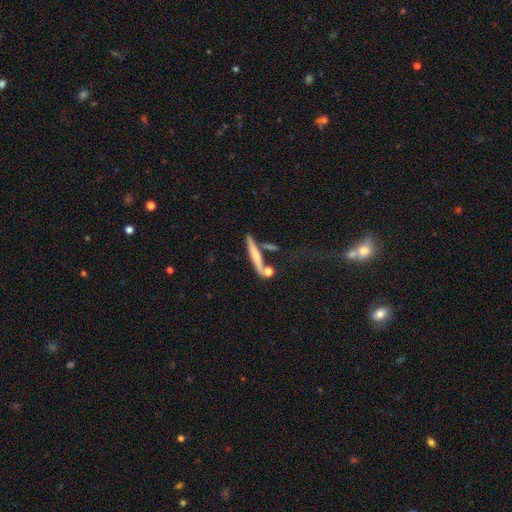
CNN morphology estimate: smooth_or_featured: smooth (p=0.50) [alt: featured or disk p=0.42]
how_rounded: cigar-shaped (p=0.88) [alt: in between p=0.08]
merging: none (p=0.65) [alt: merger p=0.17]